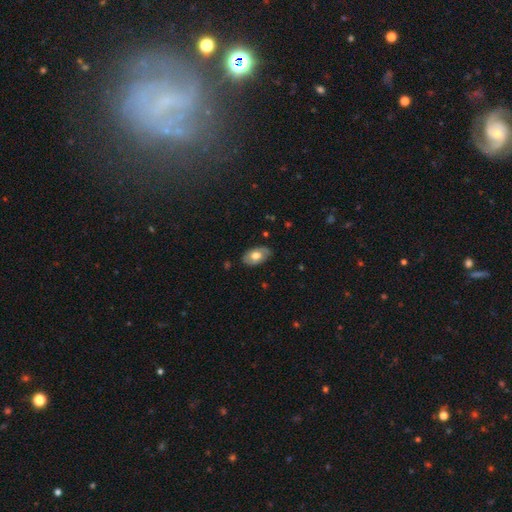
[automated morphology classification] type=smooth (62%); roundness=in between (92%); merging=none (78%).